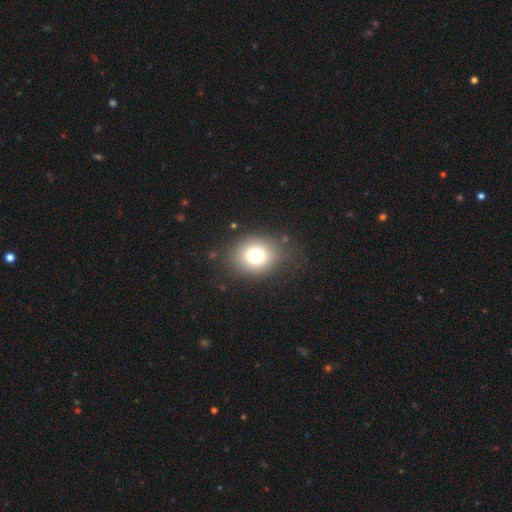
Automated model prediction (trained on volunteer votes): This appears to be a smooth galaxy with no disk features (77%) that is round (59%). Merging: none (82%).